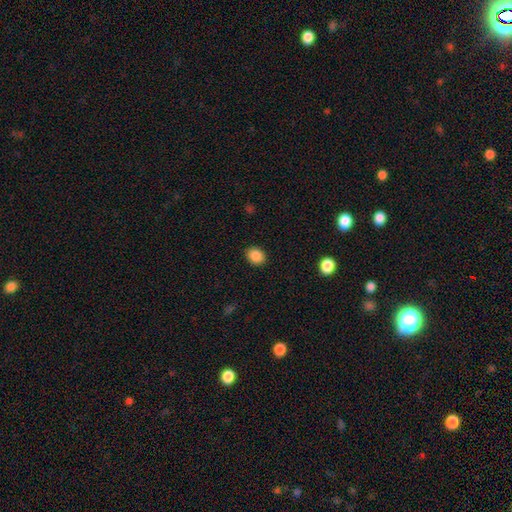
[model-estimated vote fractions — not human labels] Q: Smooth or featured?
A: smooth (87%); runner-up: star or artifact (9%)
Q: How rounded?
A: in between (50%); runner-up: round (49%)
Q: Merging?
A: none (89%); runner-up: minor disturbance (8%)